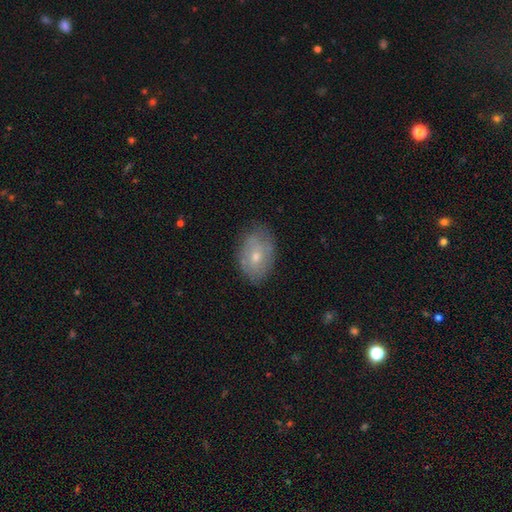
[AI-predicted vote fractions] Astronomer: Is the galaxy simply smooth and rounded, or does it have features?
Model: smooth — 48% (runner-up: featured or disk, 45%).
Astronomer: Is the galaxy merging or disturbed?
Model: none — 73%.